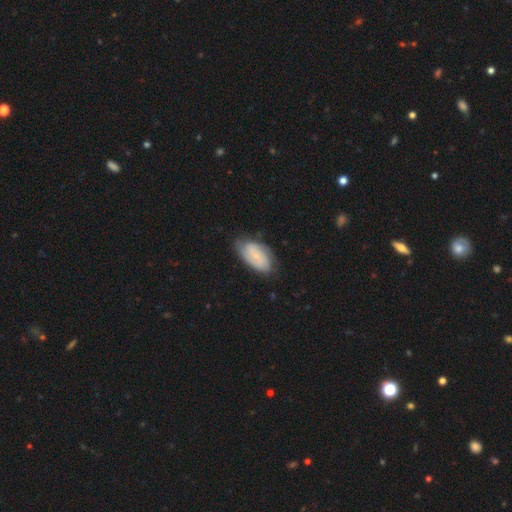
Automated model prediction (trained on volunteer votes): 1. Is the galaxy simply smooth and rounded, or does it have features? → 56% featured or disk, 37% smooth, 7% star or artifact.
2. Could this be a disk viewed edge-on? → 95% no, 5% yes.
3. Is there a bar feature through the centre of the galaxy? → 60% no, 31% weak, 9% strong.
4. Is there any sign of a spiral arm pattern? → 88% yes, 12% no.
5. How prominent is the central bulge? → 70% small, 15% none, 12% moderate, 2% large, 1% dominant.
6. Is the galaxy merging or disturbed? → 68% none, 24% minor disturbance, 6% major disturbance, 2% merger.